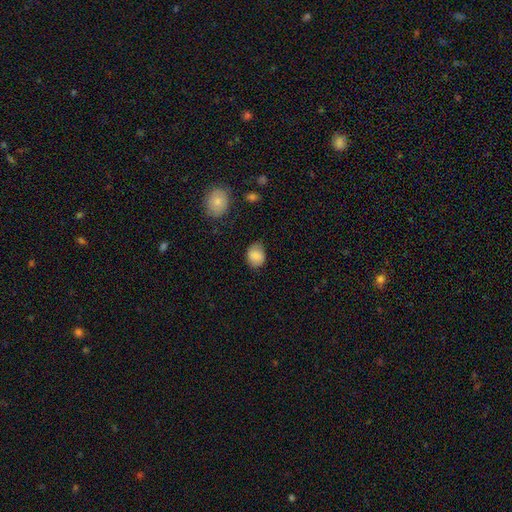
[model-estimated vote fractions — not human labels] A smooth galaxy with no disk features (84%) that is in between round and cigar-shaped (53%).

Vote fractions:
- Smooth or featured? smooth: 84% / featured or disk: 8% / star or artifact: 8%
- How rounded? in between: 53% / round: 46% / cigar-shaped: 1%
- Merging? none: 68% / minor disturbance: 25% / major disturbance: 5% / merger: 2%